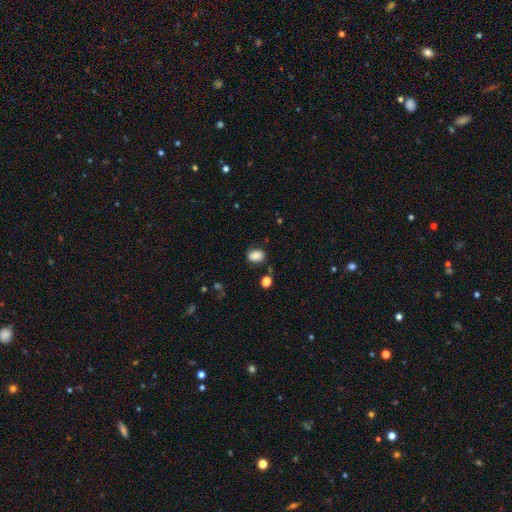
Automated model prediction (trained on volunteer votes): Smooth or featured: smooth — 84% (star or artifact — 10%)
How rounded: in between — 72% (round — 26%)
Merging: none — 79% (minor disturbance — 14%)